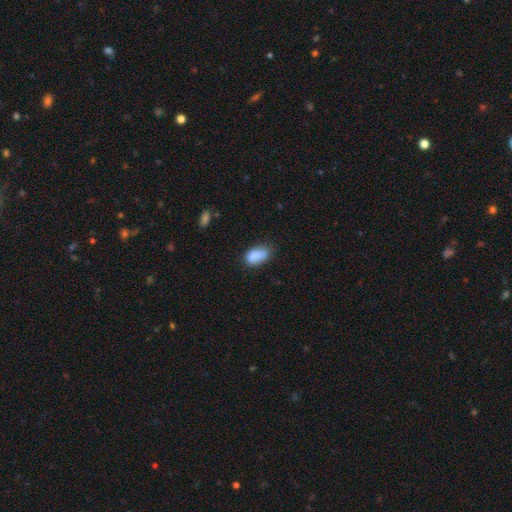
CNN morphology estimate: Q: Smooth or featured?
A: smooth (85%); runner-up: star or artifact (8%)
Q: How rounded?
A: in between (91%); runner-up: round (6%)
Q: Merging?
A: none (60%); runner-up: minor disturbance (30%)